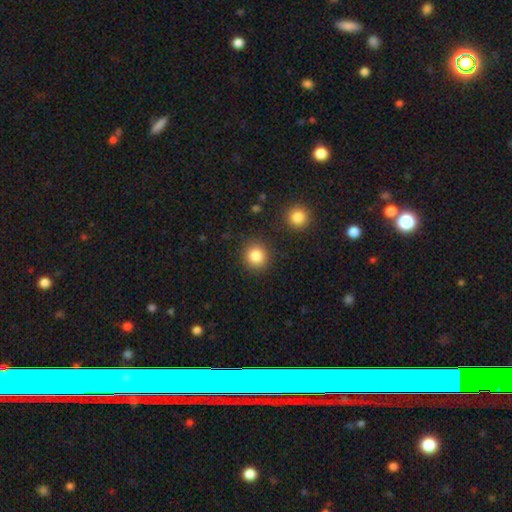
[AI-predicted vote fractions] A smooth galaxy with no disk features (84%) that is round (90%).

Vote fractions:
- Smooth or featured? smooth: 84% / star or artifact: 10% / featured or disk: 5%
- How rounded? round: 90% / in between: 9% / cigar-shaped: 1%
- Merging? none: 87% / minor disturbance: 7% / merger: 3% / major disturbance: 3%